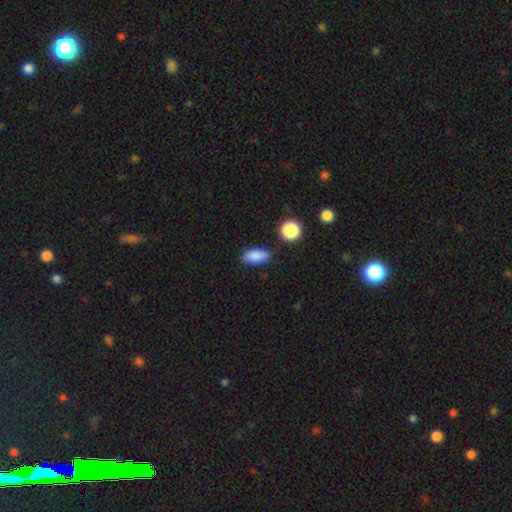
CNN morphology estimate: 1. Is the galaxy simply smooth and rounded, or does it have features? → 86% smooth, 9% star or artifact, 5% featured or disk.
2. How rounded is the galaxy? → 84% in between, 10% cigar-shaped, 6% round.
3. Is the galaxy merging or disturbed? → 81% none, 13% minor disturbance, 3% merger, 3% major disturbance.